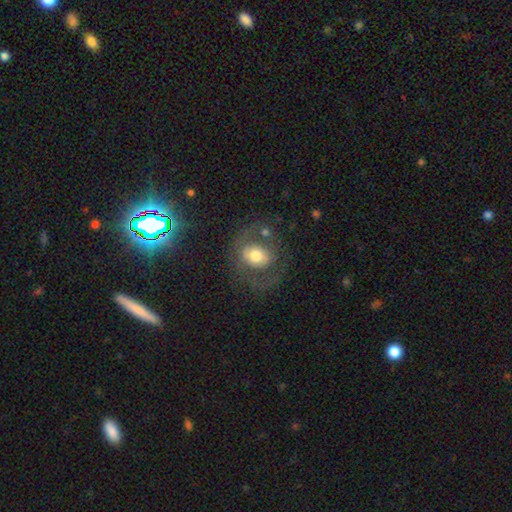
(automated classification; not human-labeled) Morphology: type=smooth (48%); merging=none (58%).